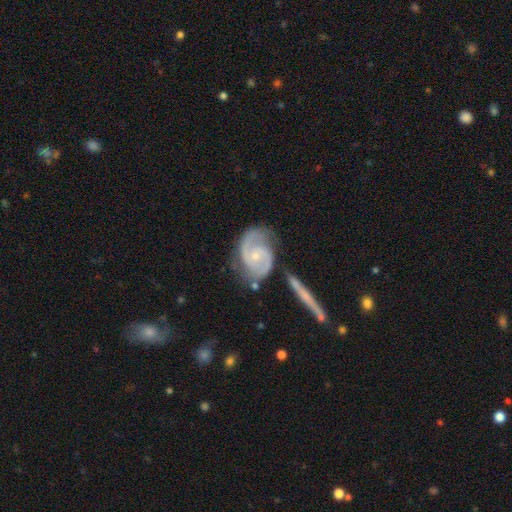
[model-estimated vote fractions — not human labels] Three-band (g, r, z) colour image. It shows a featured or disk galaxy (88%) with no bar (58%), 2 (89%) medium (55%) spiral arms (97%) and a small central bulge (66%). Merging: none (66%).